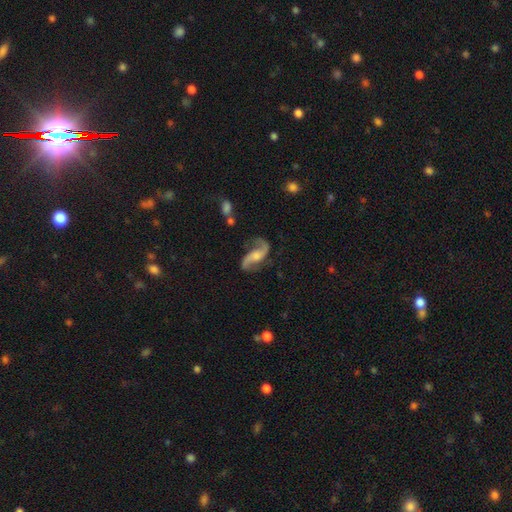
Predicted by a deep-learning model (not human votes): This appears to be a featured or disk galaxy (87%) with no bar (51%), 2 (93%) loose (74%) spiral arms (96%) and a moderate central bulge (38%). Merging: none (70%).